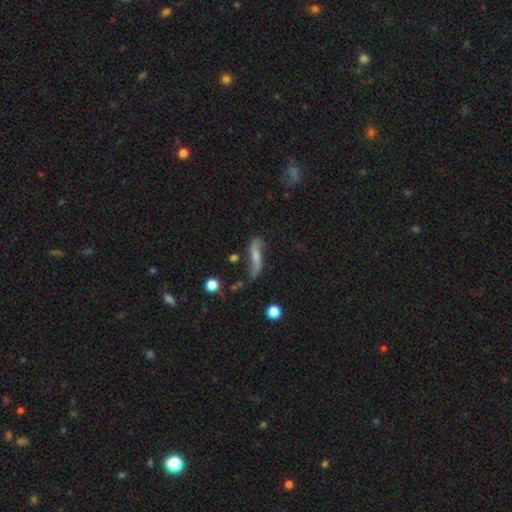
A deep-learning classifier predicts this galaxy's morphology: A featured or disk galaxy (64%).

Vote fractions:
- Smooth or featured? featured or disk: 64% / smooth: 26% / star or artifact: 10%
- Edge-on disk? no: 68% / yes: 32%
- Merging? none: 54% / minor disturbance: 26% / major disturbance: 15% / merger: 5%